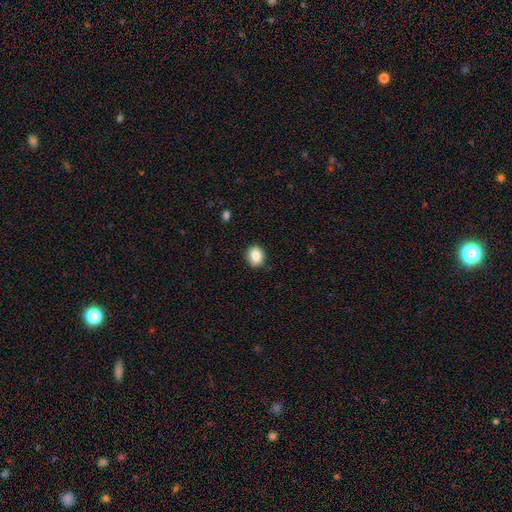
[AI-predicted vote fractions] Morphology: type=smooth (84%); roundness=round (77%); merging=none (89%).